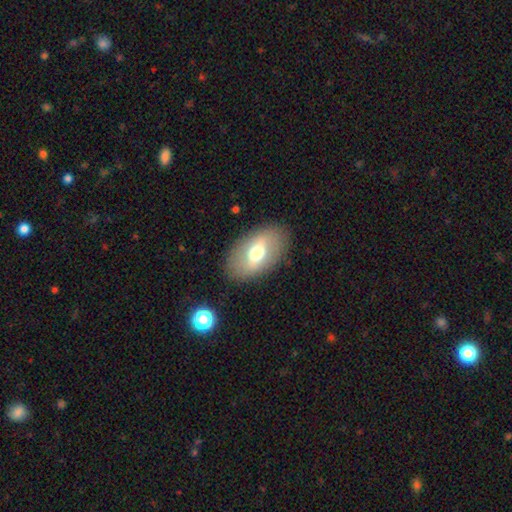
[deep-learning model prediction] Smooth or featured?
  - smooth: 55% *
  - featured or disk: 37%
  - star or artifact: 8%
How rounded?
  - in between: 91% *
  - round: 7%
  - cigar-shaped: 2%
Merging?
  - none: 86% *
  - minor disturbance: 9%
  - major disturbance: 3%
  - merger: 1%